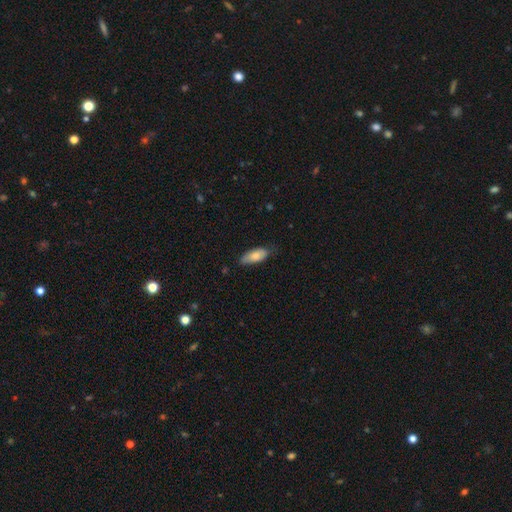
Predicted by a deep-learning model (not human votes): smooth_or_featured: smooth (p=0.80) [alt: featured or disk p=0.14]
how_rounded: in between (p=0.80) [alt: cigar-shaped p=0.19]
merging: none (p=0.69) [alt: minor disturbance p=0.25]